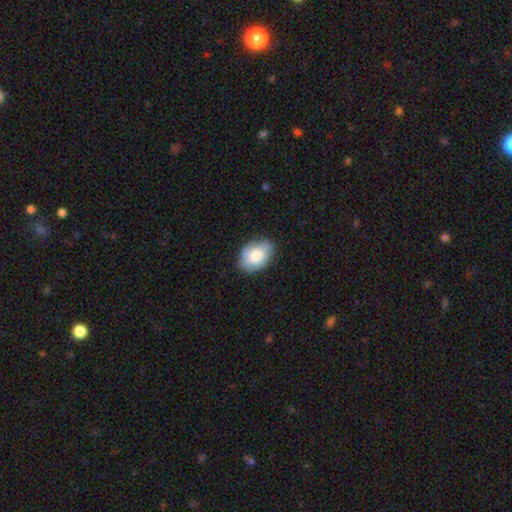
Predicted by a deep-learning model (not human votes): Smooth or featured? smooth (76%)
How rounded? in between (85%)
Merging? none (77%)